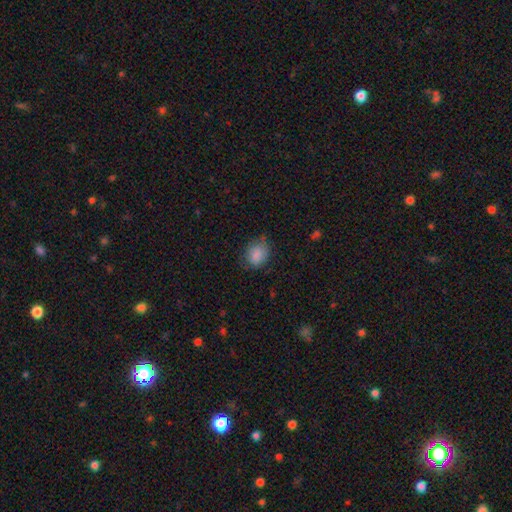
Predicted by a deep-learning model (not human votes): Smooth or featured: smooth — 86% (star or artifact — 8%)
How rounded: in between — 59% (round — 40%)
Merging: none — 68% (minor disturbance — 25%)